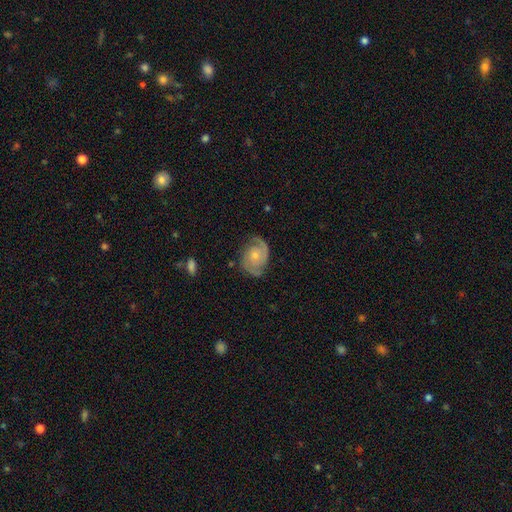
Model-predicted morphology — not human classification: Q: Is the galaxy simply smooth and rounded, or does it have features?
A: featured or disk — 85%.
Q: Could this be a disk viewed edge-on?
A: no — 98%.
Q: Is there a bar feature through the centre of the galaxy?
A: no — 74%.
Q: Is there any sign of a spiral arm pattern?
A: yes — 96%.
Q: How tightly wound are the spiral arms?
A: tight — 44%.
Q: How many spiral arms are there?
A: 2 — 84%.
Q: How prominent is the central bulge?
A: small — 58%.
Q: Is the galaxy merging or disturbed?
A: none — 74%.